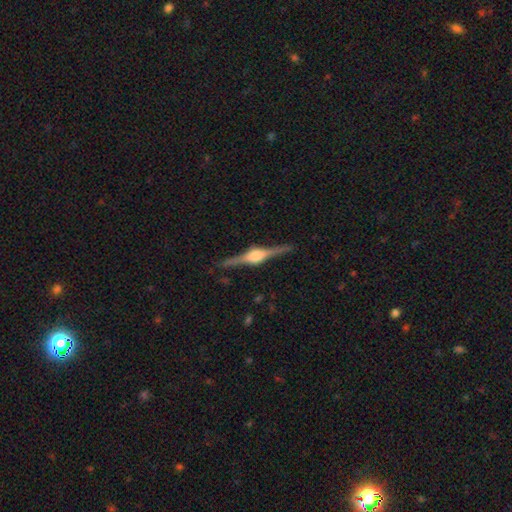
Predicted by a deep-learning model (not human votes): Smooth or featured: featured or disk — 87% (smooth — 7%)
Edge-on disk: yes — 98% (no — 2%)
Edge-on bulge: rounded — 87% (boxy — 12%)
Merging: none — 89% (minor disturbance — 8%)